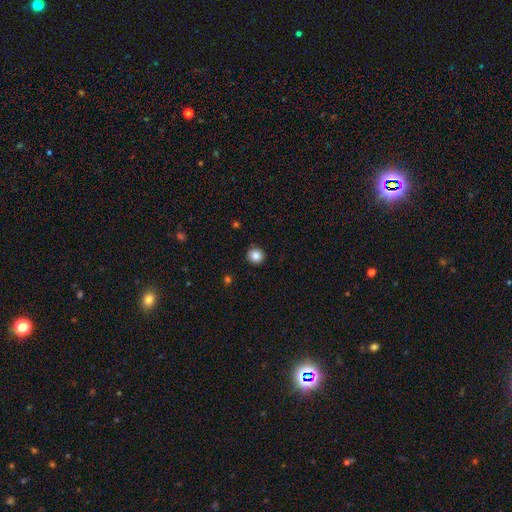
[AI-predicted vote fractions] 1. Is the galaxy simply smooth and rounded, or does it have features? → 86% smooth, 10% star or artifact, 4% featured or disk.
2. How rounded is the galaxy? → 91% round, 8% in between, 1% cigar-shaped.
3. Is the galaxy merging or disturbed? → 91% none, 6% minor disturbance, 2% major disturbance, 1% merger.